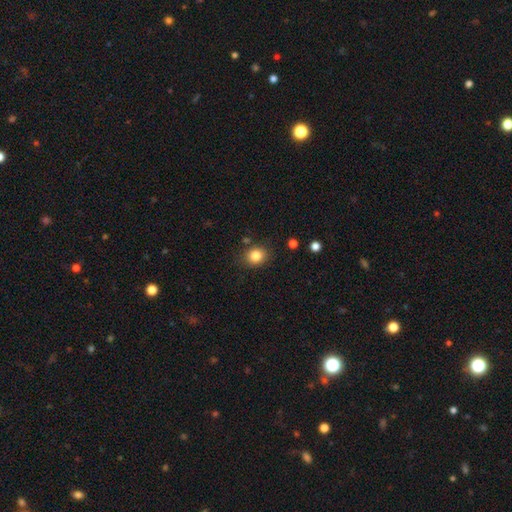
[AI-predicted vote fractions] smooth 84%, star or artifact 11%, featured or disk 5%. Down the decision tree: how rounded — round (76%); merging — none (83%).